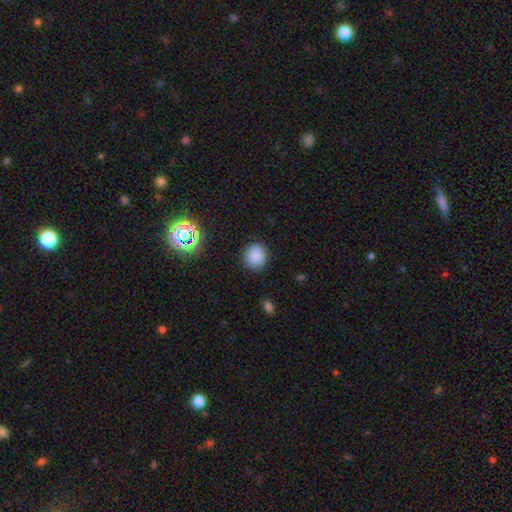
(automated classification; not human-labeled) smooth_or_featured: smooth (p=0.84) [alt: star or artifact p=0.12]
how_rounded: round (p=0.87) [alt: in between p=0.12]
merging: none (p=0.88) [alt: minor disturbance p=0.08]